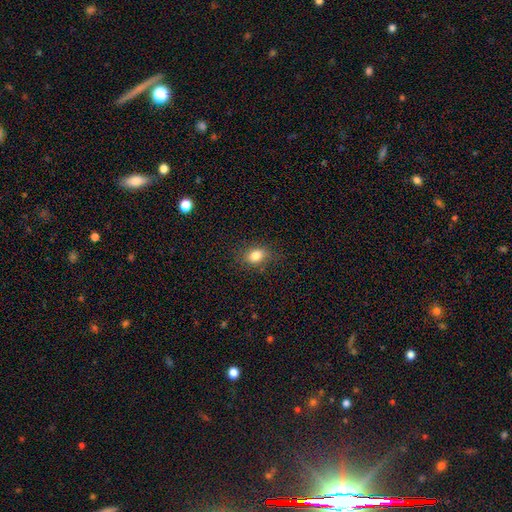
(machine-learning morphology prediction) smooth_or_featured: smooth (p=0.81) [alt: star or artifact p=0.11]
how_rounded: in between (p=0.68) [alt: round p=0.31]
merging: none (p=0.83) [alt: minor disturbance p=0.13]